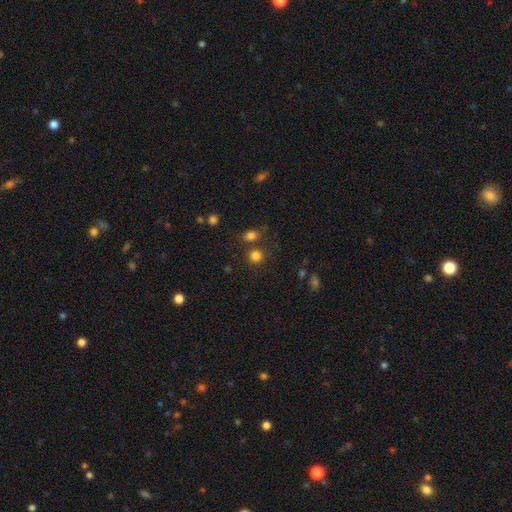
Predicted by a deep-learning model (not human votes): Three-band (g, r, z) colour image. It shows a smooth galaxy with no disk features (81%) that is round (83%). Merging: none (71%).